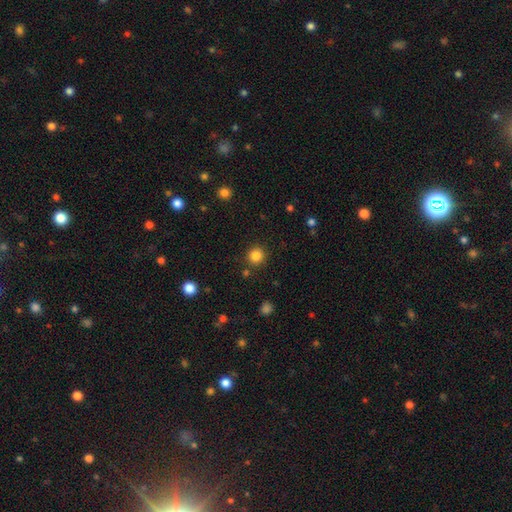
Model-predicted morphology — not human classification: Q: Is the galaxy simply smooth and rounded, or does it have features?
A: smooth — 84%.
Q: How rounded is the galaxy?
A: round — 94%.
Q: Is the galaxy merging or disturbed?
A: none — 88%.